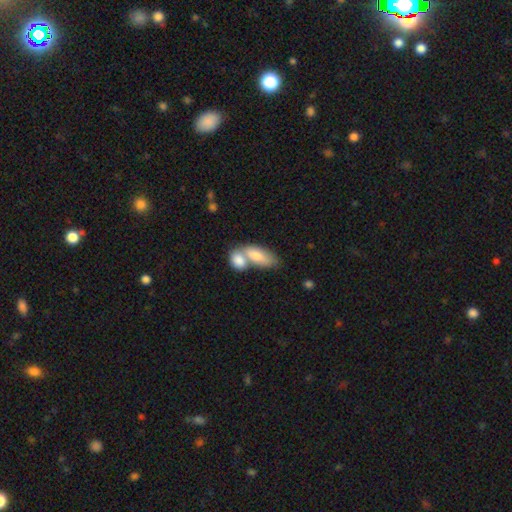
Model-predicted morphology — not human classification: The model was most divided on "merging": merger: 65%, none: 23%, minor disturbance: 8%, major disturbance: 4%. More confident: how rounded — in between (85%); smooth or featured — smooth (76%).